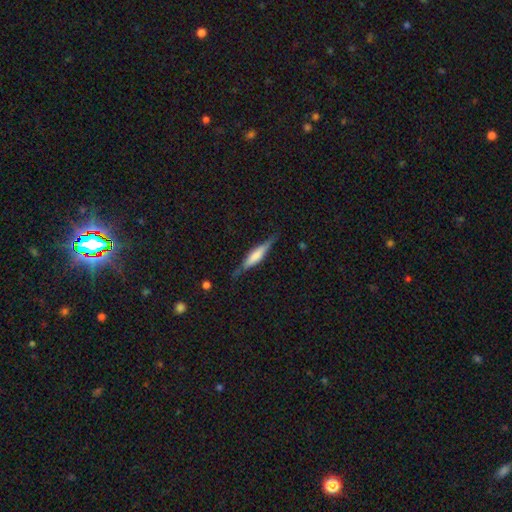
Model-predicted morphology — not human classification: A featured or disk galaxy (55%) viewed edge-on (95%) with a boxy central bulge (42%).

Vote fractions:
- Smooth or featured? featured or disk: 55% / smooth: 39% / star or artifact: 6%
- Edge-on disk? yes: 95% / no: 5%
- Edge-on bulge? boxy: 42% / rounded: 41% / none: 17%
- Merging? none: 80% / minor disturbance: 15% / major disturbance: 4% / merger: 2%